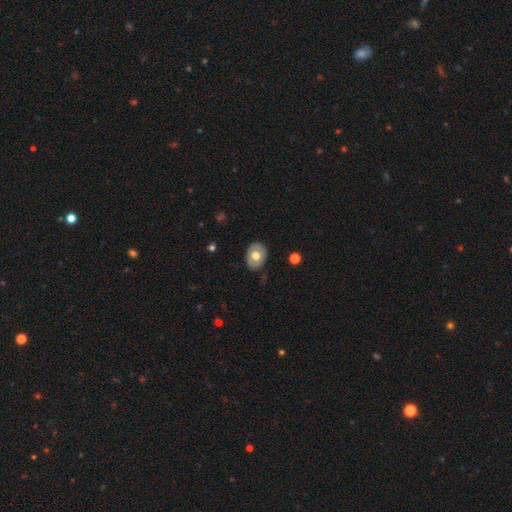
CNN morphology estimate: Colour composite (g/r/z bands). It shows a smooth galaxy with no disk features (60%) that is in between round and cigar-shaped (62%). Merging: none (85%).